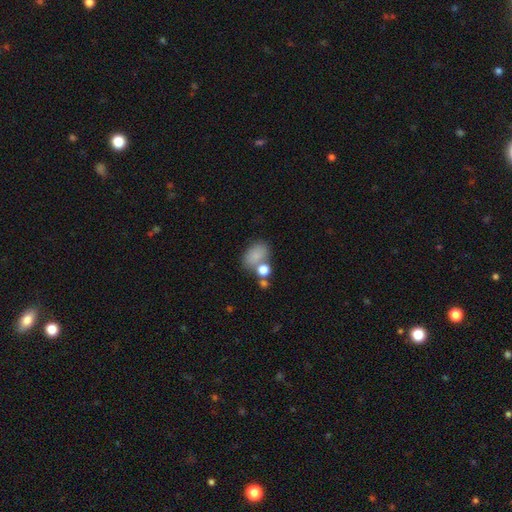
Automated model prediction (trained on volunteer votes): A smooth galaxy with no disk features (80%) that is in between round and cigar-shaped (79%).

Vote fractions:
- Smooth or featured? smooth: 80% / star or artifact: 11% / featured or disk: 10%
- How rounded? in between: 79% / round: 20% / cigar-shaped: 1%
- Merging? none: 56% / merger: 23% / minor disturbance: 15% / major disturbance: 7%